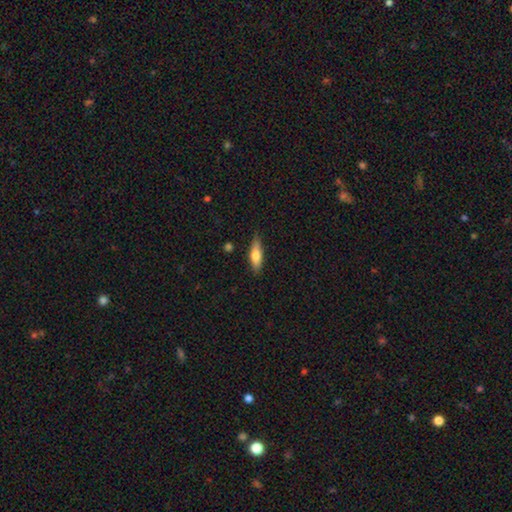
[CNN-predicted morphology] A smooth galaxy with no disk features (68%) that is cigar-shaped (52%).

Vote fractions:
- Smooth or featured? smooth: 68% / featured or disk: 25% / star or artifact: 6%
- How rounded? cigar-shaped: 52% / in between: 46% / round: 2%
- Merging? none: 82% / minor disturbance: 14% / major disturbance: 3% / merger: 2%